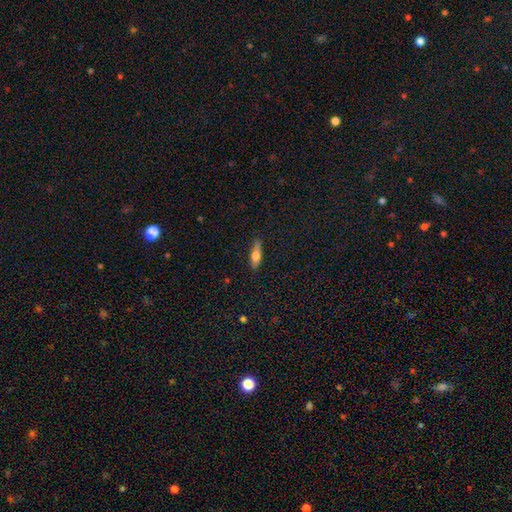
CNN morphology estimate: Smooth or featured: smooth — 63% (featured or disk — 30%)
How rounded: cigar-shaped — 56% (in between — 41%)
Merging: none — 84% (minor disturbance — 12%)